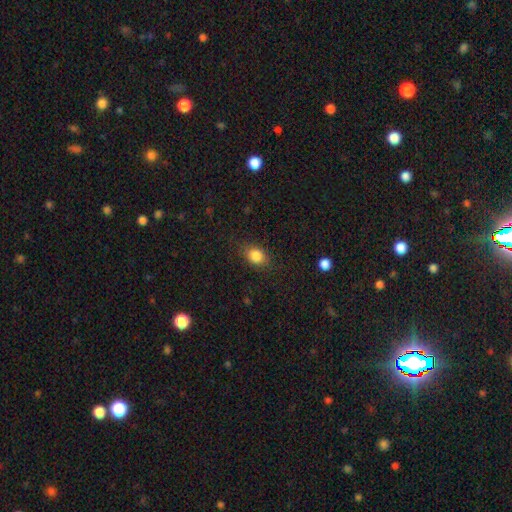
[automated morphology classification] smooth-or-featured: smooth: 84% | star or artifact: 10% | featured or disk: 6%
  how-rounded: in between: 57% | round: 41% | cigar-shaped: 2%
  merging: none: 79% | minor disturbance: 15% | major disturbance: 5% | merger: 1%